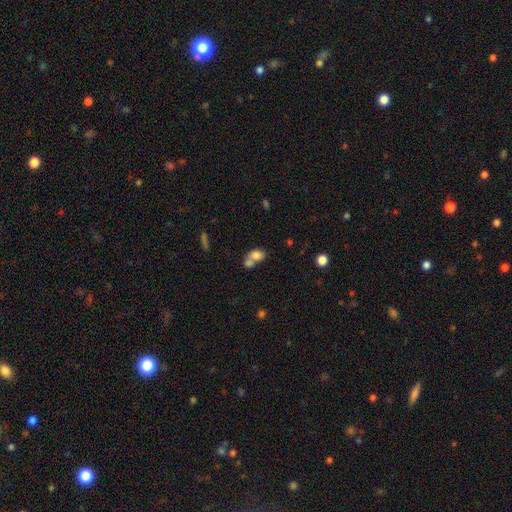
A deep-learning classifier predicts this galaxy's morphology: Smooth or featured? smooth (77%)
How rounded? in between (66%)
Merging? merger (63%)